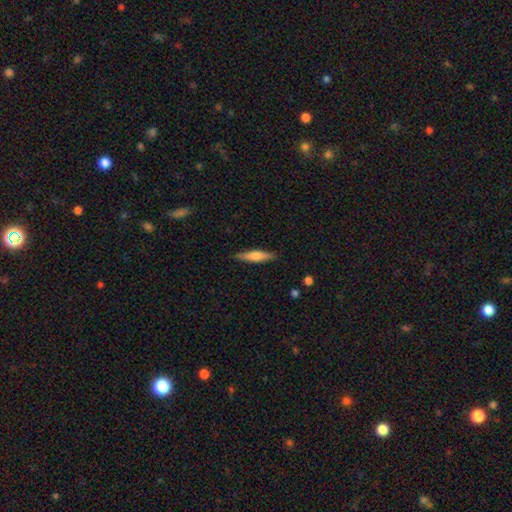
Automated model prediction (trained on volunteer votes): Overall: smooth (63%; featured or disk 32%). How rounded: cigar-shaped (82%). Merging: none (88%).